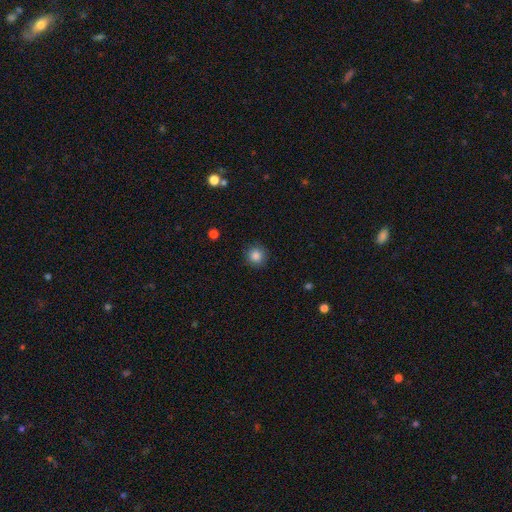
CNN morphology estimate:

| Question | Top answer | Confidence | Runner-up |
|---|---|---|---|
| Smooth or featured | smooth | 85% | star or artifact (10%) |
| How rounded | round | 94% | in between (5%) |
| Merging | none | 91% | minor disturbance (6%) |